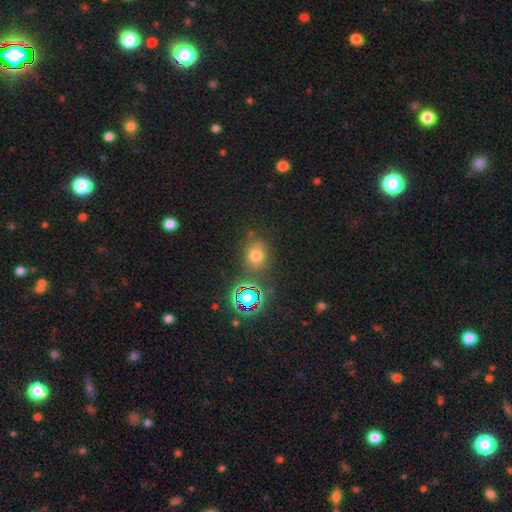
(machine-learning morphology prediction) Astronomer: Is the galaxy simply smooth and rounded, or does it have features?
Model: smooth — 62%.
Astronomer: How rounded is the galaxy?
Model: round — 65%.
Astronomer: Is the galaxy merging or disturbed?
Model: none — 73%.